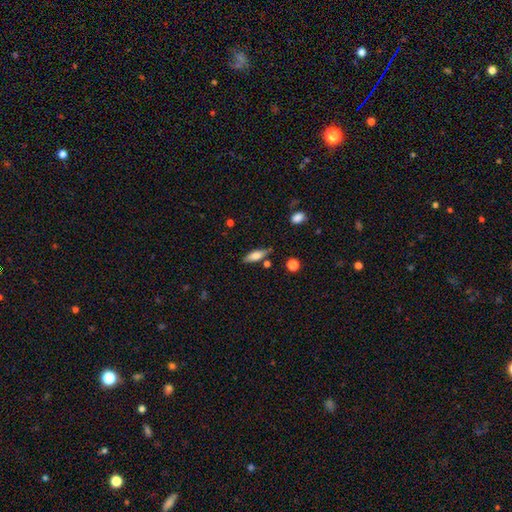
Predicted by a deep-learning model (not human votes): smooth-or-featured: smooth: 66% | featured or disk: 26% | star or artifact: 8%
  how-rounded: in between: 54% | cigar-shaped: 43% | round: 3%
  merging: none: 75% | minor disturbance: 16% | merger: 5% | major disturbance: 4%